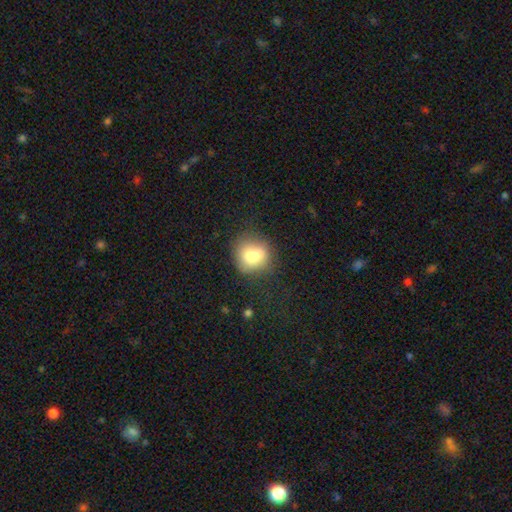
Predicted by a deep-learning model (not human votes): smooth-or-featured: smooth: 74% | featured or disk: 16% | star or artifact: 10%
  how-rounded: round: 72% | in between: 26% | cigar-shaped: 1%
  merging: none: 54% | minor disturbance: 19% | merger: 18% | major disturbance: 9%